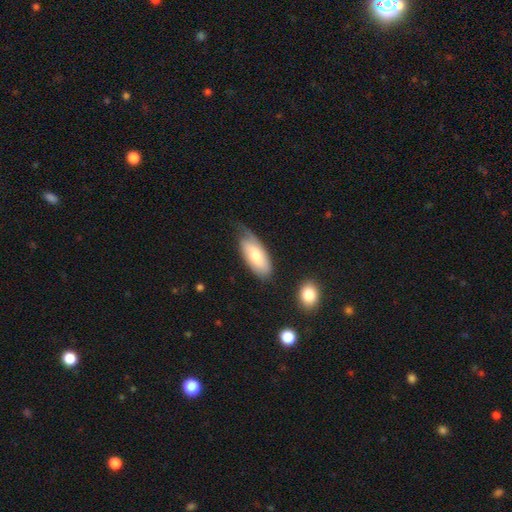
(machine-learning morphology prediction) Q: Smooth or featured?
A: smooth (66%); runner-up: featured or disk (29%)
Q: How rounded?
A: in between (85%); runner-up: cigar-shaped (13%)
Q: Merging?
A: none (50%); runner-up: minor disturbance (34%)